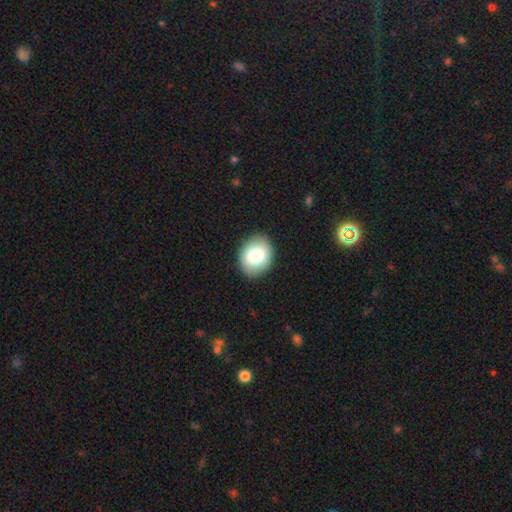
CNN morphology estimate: Smooth or featured?
  - smooth: 80% *
  - featured or disk: 12%
  - star or artifact: 8%
How rounded?
  - in between: 59% *
  - round: 40%
  - cigar-shaped: 1%
Merging?
  - none: 89% *
  - minor disturbance: 8%
  - major disturbance: 2%
  - merger: 1%